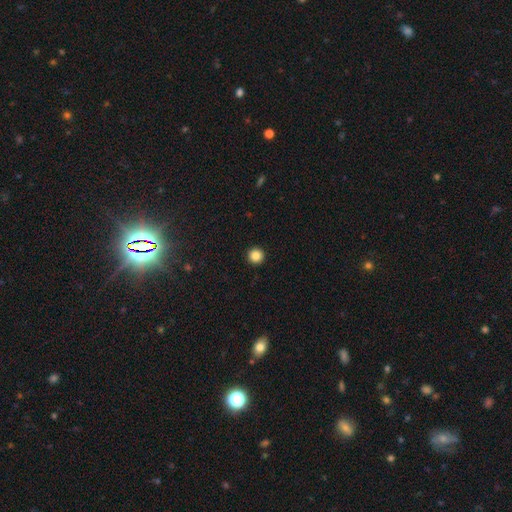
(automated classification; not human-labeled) Smooth or featured?
  - smooth: 86% *
  - star or artifact: 10%
  - featured or disk: 4%
How rounded?
  - round: 97% *
  - in between: 3%
  - cigar-shaped: 1%
Merging?
  - none: 94% *
  - minor disturbance: 4%
  - major disturbance: 1%
  - merger: 1%